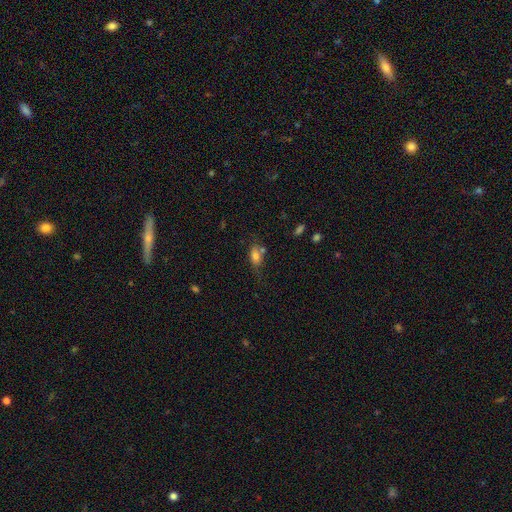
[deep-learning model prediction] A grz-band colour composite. It shows a smooth galaxy with no disk features (76%) that is in between round and cigar-shaped (83%). Merging: none (51%).